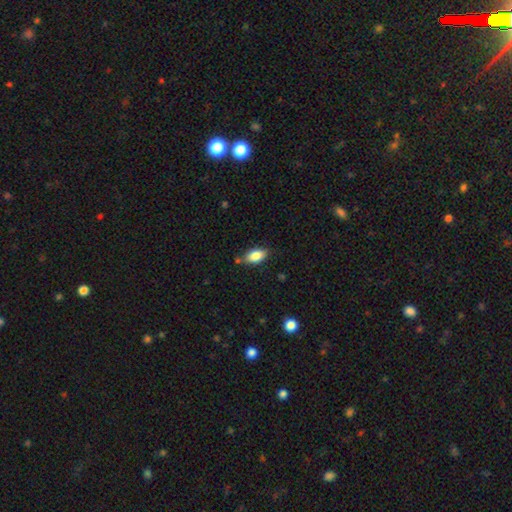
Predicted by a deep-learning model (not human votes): A smooth galaxy with no disk features (83%) that is in between round and cigar-shaped (90%).

Vote fractions:
- Smooth or featured? smooth: 83% / featured or disk: 9% / star or artifact: 8%
- How rounded? in between: 90% / cigar-shaped: 5% / round: 5%
- Merging? none: 77% / minor disturbance: 16% / merger: 5% / major disturbance: 3%